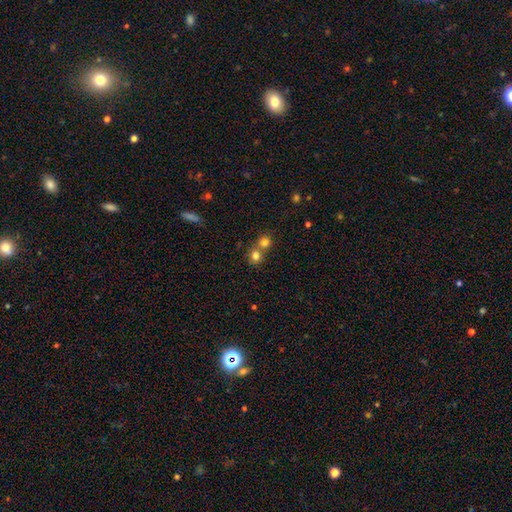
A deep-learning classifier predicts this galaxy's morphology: type=smooth (78%); roundness=round (84%); merging=merger (50%).